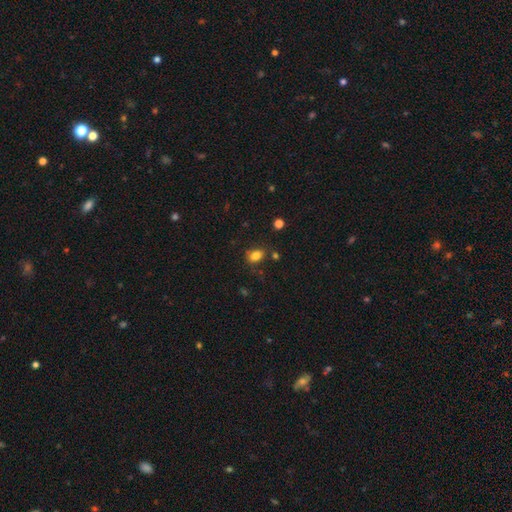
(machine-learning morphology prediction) The model was most divided on "how rounded": in between: 72%, round: 27%, cigar-shaped: 1%. More confident: smooth or featured — smooth (81%); merging — none (74%).